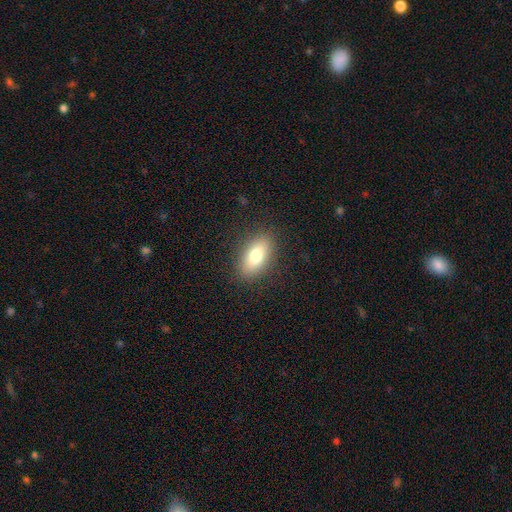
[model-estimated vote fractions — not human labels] This appears to be a smooth galaxy with no disk features (78%) that is in between round and cigar-shaped (87%). Merging: none (87%).